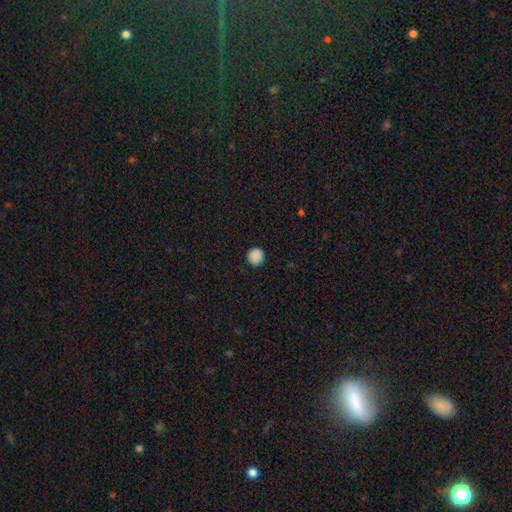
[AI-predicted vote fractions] smooth-or-featured: smooth: 88% | star or artifact: 9% | featured or disk: 2%
  how-rounded: round: 93% | in between: 6% | cigar-shaped: 1%
  merging: none: 91% | minor disturbance: 7% | major disturbance: 2% | merger: 1%